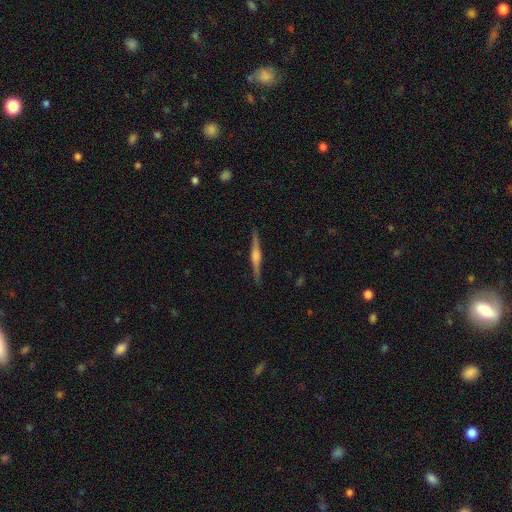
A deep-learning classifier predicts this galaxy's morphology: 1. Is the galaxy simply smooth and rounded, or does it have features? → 81% featured or disk, 14% smooth, 5% star or artifact.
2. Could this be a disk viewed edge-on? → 98% yes, 2% no.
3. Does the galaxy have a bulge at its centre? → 78% rounded, 15% boxy, 7% none.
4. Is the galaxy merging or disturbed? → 92% none, 6% minor disturbance, 1% major disturbance, 1% merger.